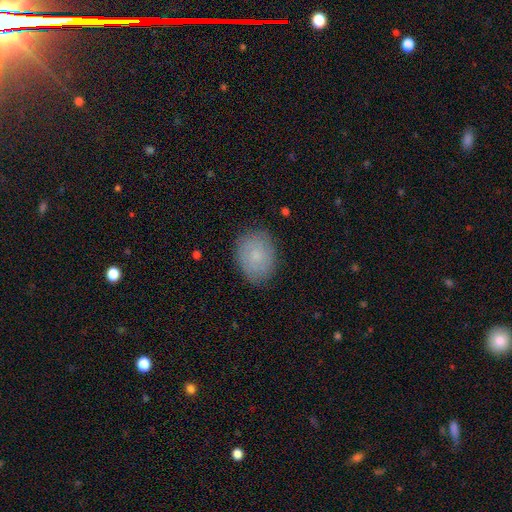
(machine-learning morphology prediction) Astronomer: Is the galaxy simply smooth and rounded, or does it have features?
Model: smooth — 71%.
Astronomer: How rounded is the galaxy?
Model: in between — 65%.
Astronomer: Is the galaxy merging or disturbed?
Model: none — 81%.